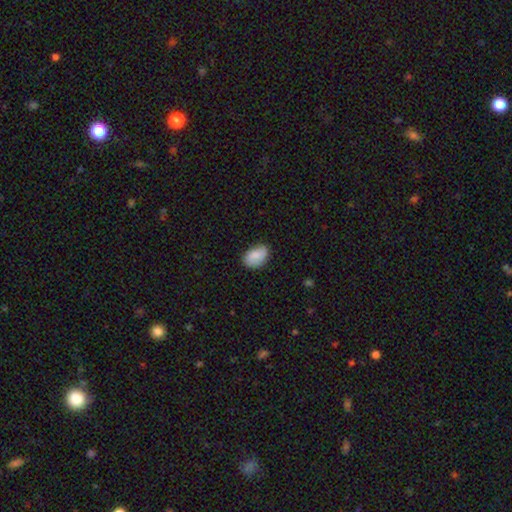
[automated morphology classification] A smooth galaxy with no disk features (84%) that is in between round and cigar-shaped (88%). Merging: none (72%).